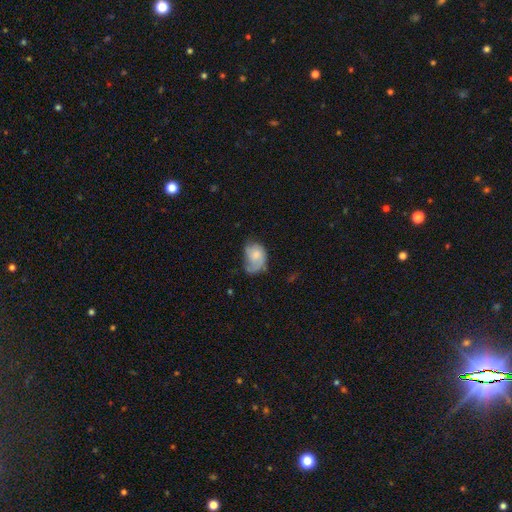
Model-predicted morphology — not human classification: smooth-or-featured: smooth: 53% | featured or disk: 40% | star or artifact: 7%
  how-rounded: in between: 73% | round: 26% | cigar-shaped: 1%
  merging: minor disturbance: 35% | none: 34% | major disturbance: 29% | merger: 3%